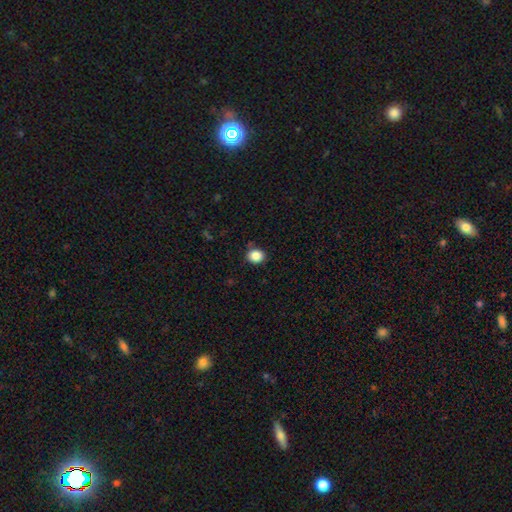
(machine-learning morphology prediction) Smooth or featured? Predicted: smooth (p=0.86). How rounded? Predicted: round (p=0.76). Merging? Predicted: none (p=0.84).